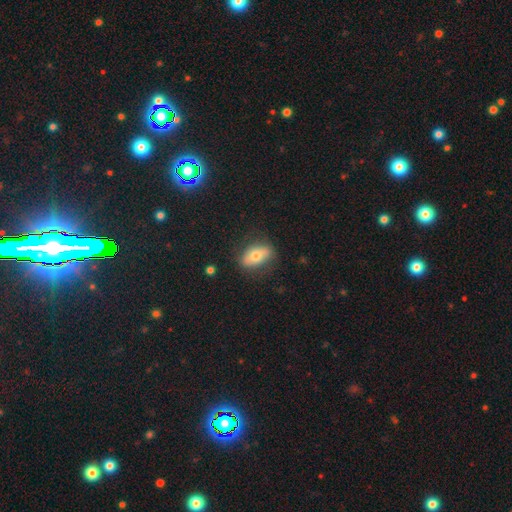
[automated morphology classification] Smooth or featured? Predicted: smooth (p=0.64). How rounded? Predicted: in between (p=0.88). Merging? Predicted: none (p=0.78).